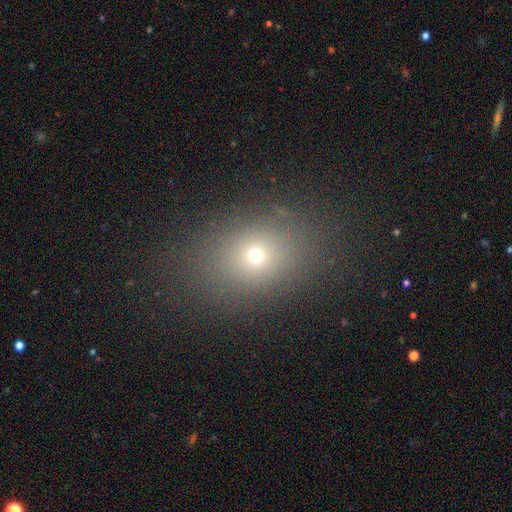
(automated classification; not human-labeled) Smooth or featured? smooth (66%)
How rounded? in between (59%)
Merging? none (84%)